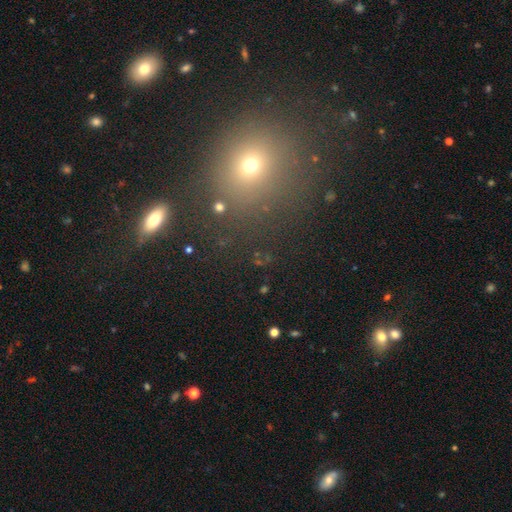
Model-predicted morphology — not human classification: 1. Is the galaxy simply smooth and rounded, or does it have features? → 50% smooth, 40% star or artifact, 10% featured or disk.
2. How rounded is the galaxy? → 82% round, 16% in between, 2% cigar-shaped.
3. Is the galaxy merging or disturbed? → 82% none, 9% minor disturbance, 5% merger, 5% major disturbance.